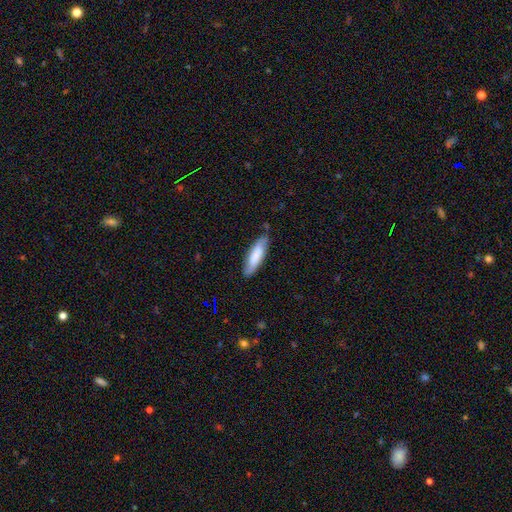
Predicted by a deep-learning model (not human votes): Smooth or featured?
  - smooth: 70% *
  - featured or disk: 24%
  - star or artifact: 6%
How rounded?
  - cigar-shaped: 58% *
  - in between: 41%
  - round: 1%
Merging?
  - none: 77% *
  - minor disturbance: 18%
  - major disturbance: 3%
  - merger: 2%